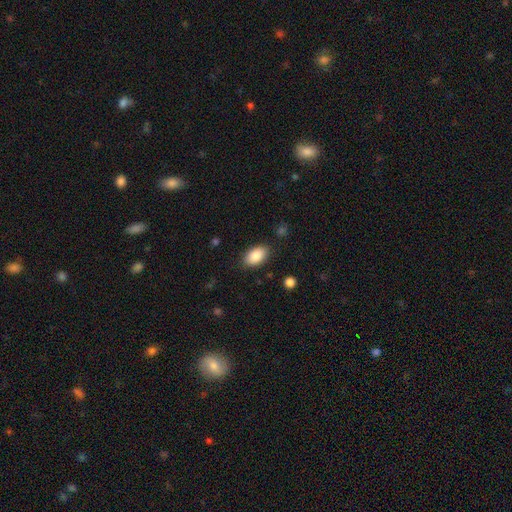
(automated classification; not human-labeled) This is clearly a smooth galaxy (86%). How rounded: clearly in between (93%). Merging: clearly none (85%).